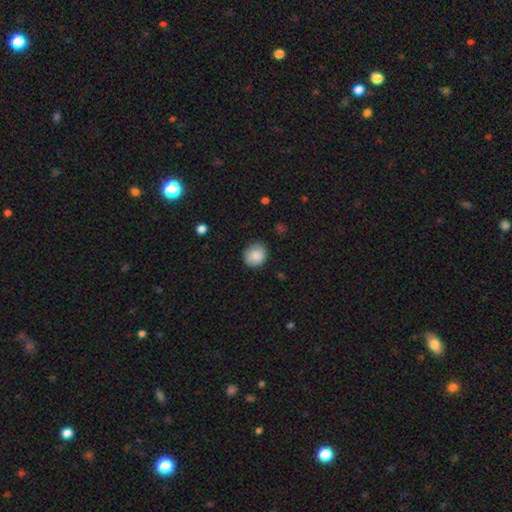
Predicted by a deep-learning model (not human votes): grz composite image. It shows a smooth galaxy with no disk features (86%) that is round (79%). Merging: none (82%).